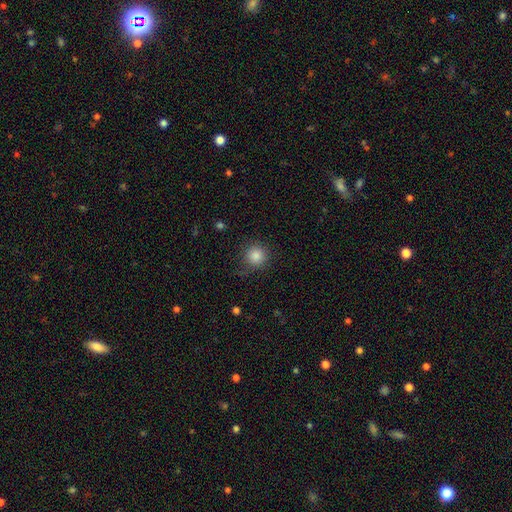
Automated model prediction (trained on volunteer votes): smooth 85%, star or artifact 11%, featured or disk 4%. Down the decision tree: how rounded — round (94%); merging — none (83%).